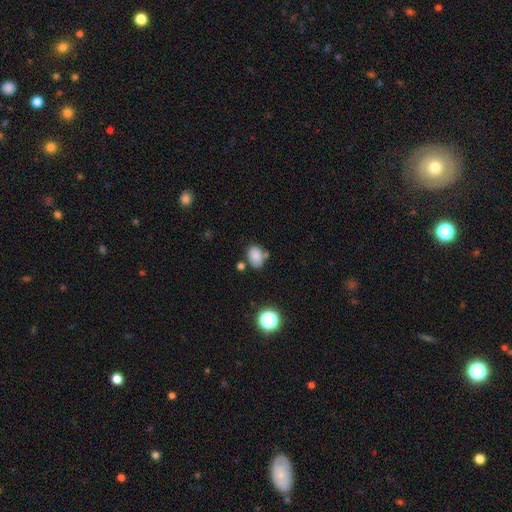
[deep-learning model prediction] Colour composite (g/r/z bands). It shows a smooth galaxy with no disk features (82%) that is in between round and cigar-shaped (73%). Merging: none (60%).